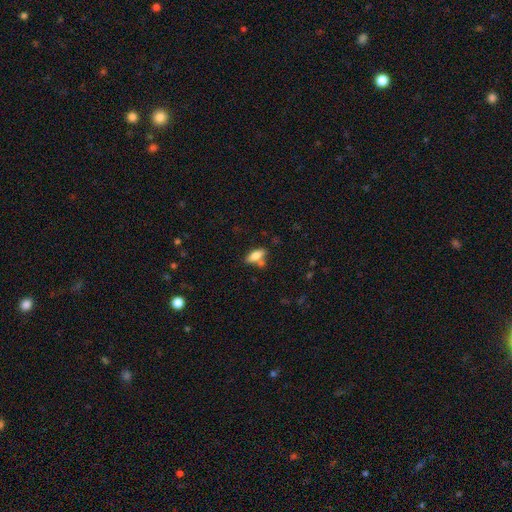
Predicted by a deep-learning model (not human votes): A smooth galaxy with no disk features (78%) that is in between round and cigar-shaped (78%). Merging: none (60%).